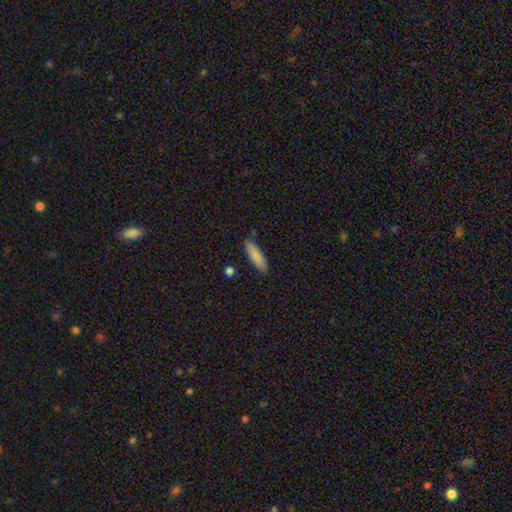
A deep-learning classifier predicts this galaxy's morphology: smooth-or-featured: smooth: 85% | featured or disk: 9% | star or artifact: 6%
  how-rounded: cigar-shaped: 62% | in between: 36% | round: 2%
  merging: none: 83% | minor disturbance: 12% | merger: 2% | major disturbance: 2%